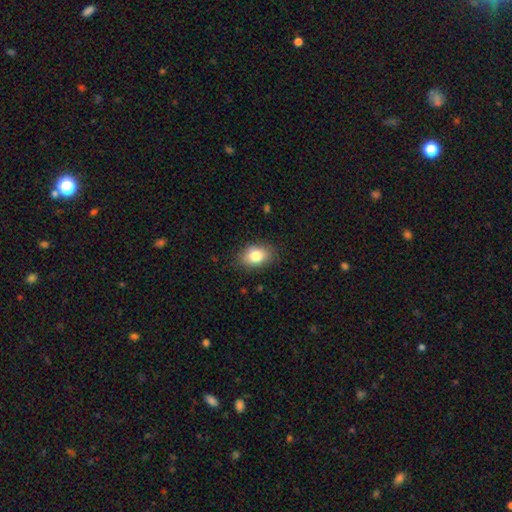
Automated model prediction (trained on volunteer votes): Q: Smooth or featured?
A: smooth (83%); runner-up: featured or disk (9%)
Q: How rounded?
A: in between (79%); runner-up: round (19%)
Q: Merging?
A: none (85%); runner-up: minor disturbance (12%)